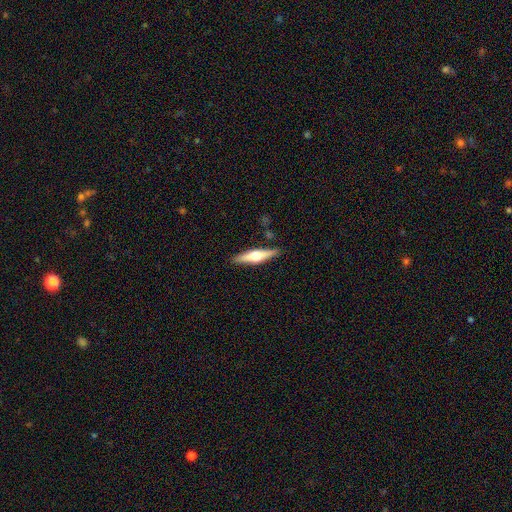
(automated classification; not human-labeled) smooth-or-featured: featured or disk: 60% | smooth: 34% | star or artifact: 6%
  disk-edge-on: yes: 96% | no: 4%
    edge-on-bulge: rounded: 93% | boxy: 5% | none: 2%
  merging: none: 88% | minor disturbance: 9% | major disturbance: 2% | merger: 2%